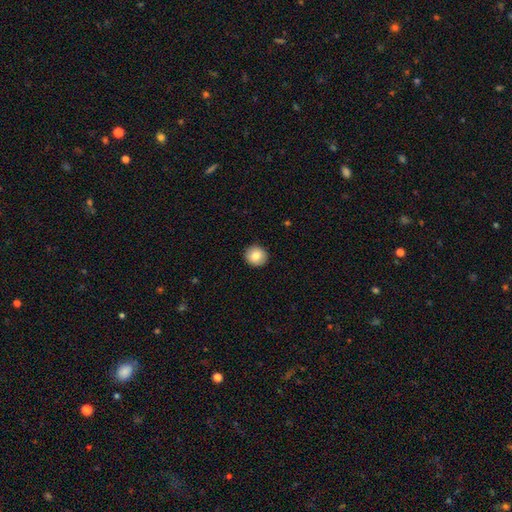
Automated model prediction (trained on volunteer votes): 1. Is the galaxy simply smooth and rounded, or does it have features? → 83% smooth, 9% featured or disk, 8% star or artifact.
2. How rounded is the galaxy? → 90% round, 9% in between, 1% cigar-shaped.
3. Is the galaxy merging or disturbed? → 92% none, 5% minor disturbance, 1% major disturbance, 1% merger.